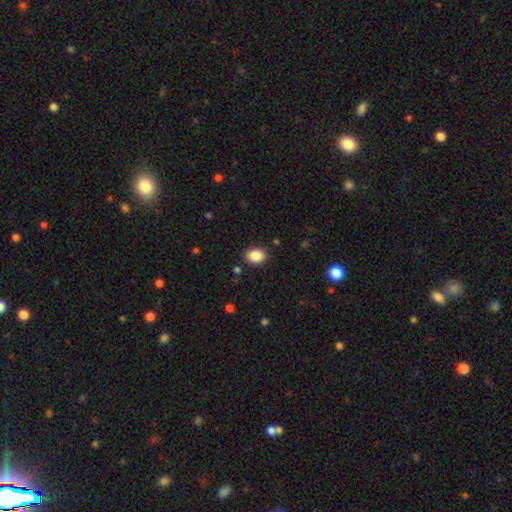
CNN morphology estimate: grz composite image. It shows a smooth galaxy with no disk features (87%) that is in between round and cigar-shaped (66%). Merging: none (88%).